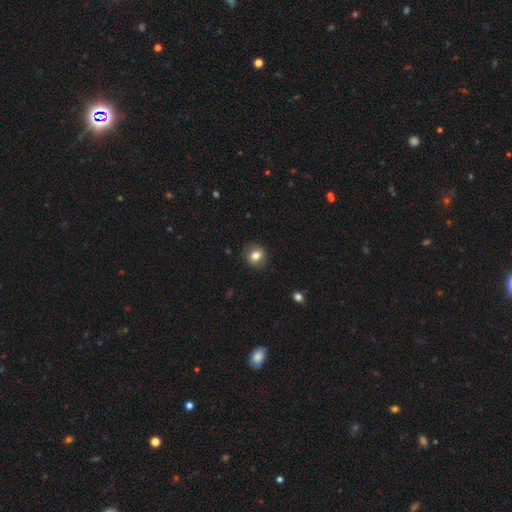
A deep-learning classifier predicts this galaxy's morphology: Smooth or featured: smooth — 79% (featured or disk — 12%)
How rounded: round — 78% (in between — 21%)
Merging: none — 86% (minor disturbance — 11%)